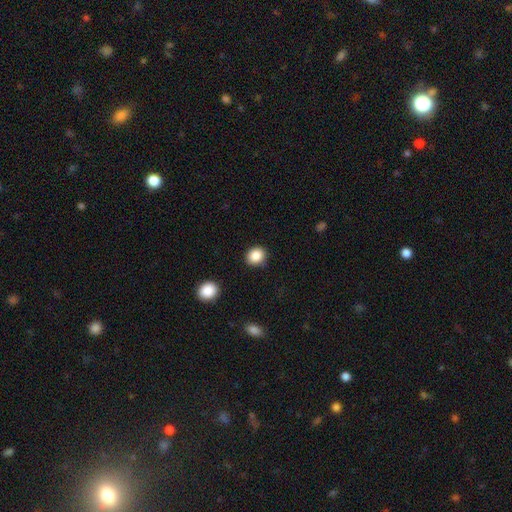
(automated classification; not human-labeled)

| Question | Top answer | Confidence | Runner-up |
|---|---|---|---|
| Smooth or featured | smooth | 87% | star or artifact (9%) |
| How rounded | round | 71% | in between (28%) |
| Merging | none | 87% | minor disturbance (8%) |